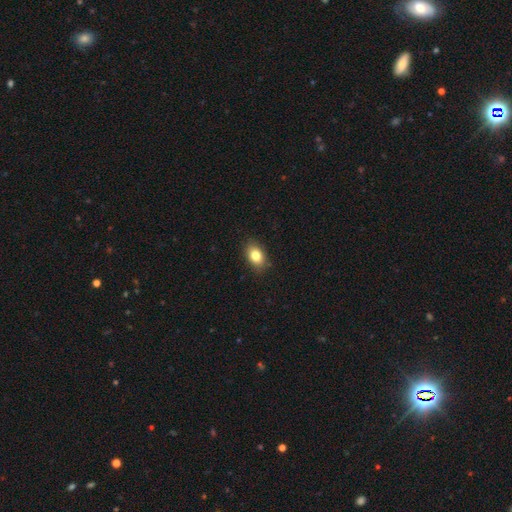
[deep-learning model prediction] The model was most divided on "how rounded": in between: 81%, round: 18%, cigar-shaped: 2%. More confident: merging — none (86%); smooth or featured — smooth (81%).